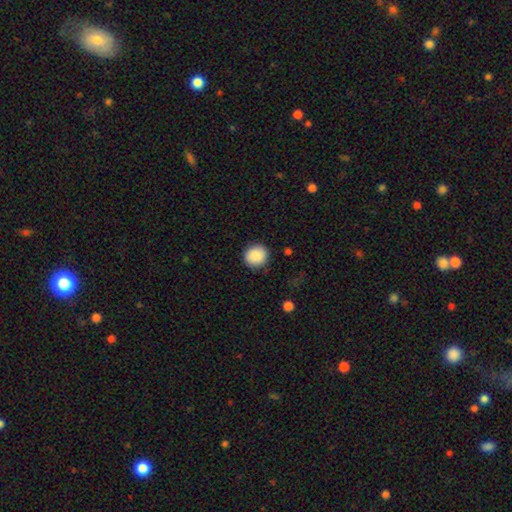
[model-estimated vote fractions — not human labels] Morphology: type=smooth (88%); roundness=round (90%); merging=none (89%).